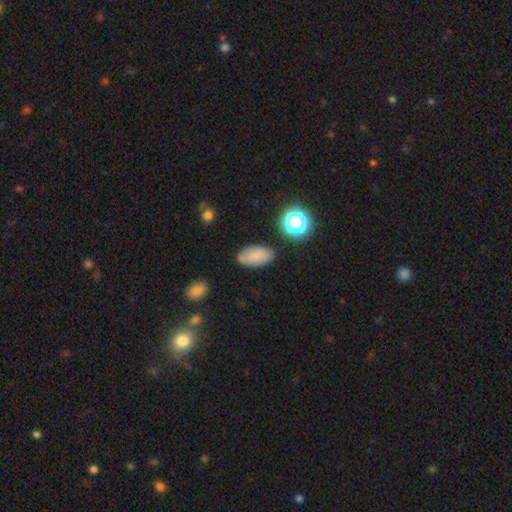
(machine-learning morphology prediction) smooth-or-featured: smooth: 79% | star or artifact: 12% | featured or disk: 9%
  how-rounded: in between: 91% | round: 5% | cigar-shaped: 4%
  merging: none: 76% | minor disturbance: 16% | major disturbance: 4% | merger: 4%